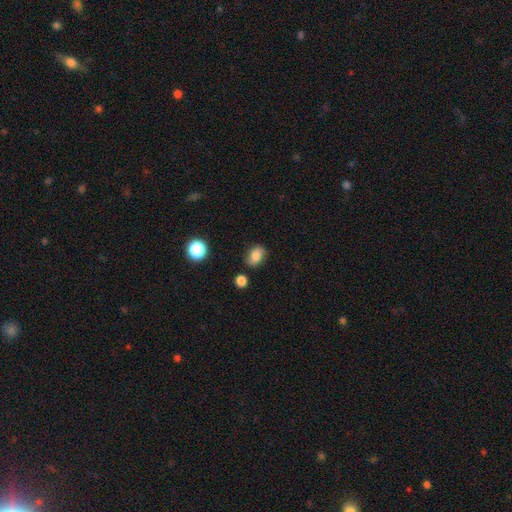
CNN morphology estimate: Overall: smooth (78%). How rounded: in between (76%). Merging: none (77%).